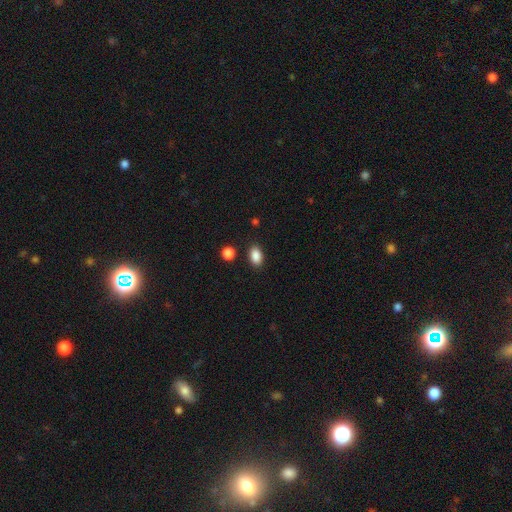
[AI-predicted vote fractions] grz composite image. It shows a smooth galaxy with no disk features (88%) that is in between round and cigar-shaped (87%). Merging: none (87%).